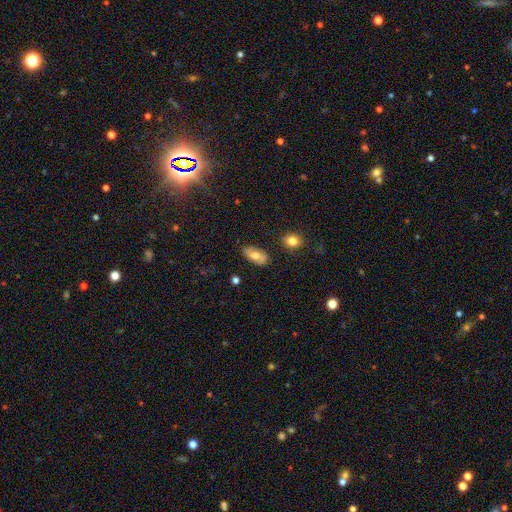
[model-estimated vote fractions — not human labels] Overall: smooth (70%). How rounded: in between (89%). Merging: none (81%).